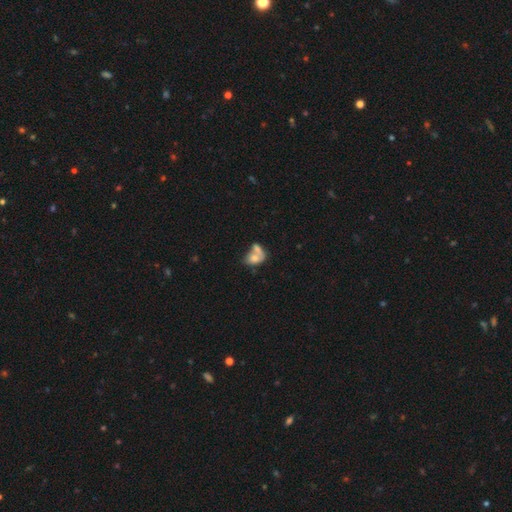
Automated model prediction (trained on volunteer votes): This appears to be a smooth galaxy with no disk features (67%) that is in between round and cigar-shaped (74%). Merging: merger (65%).